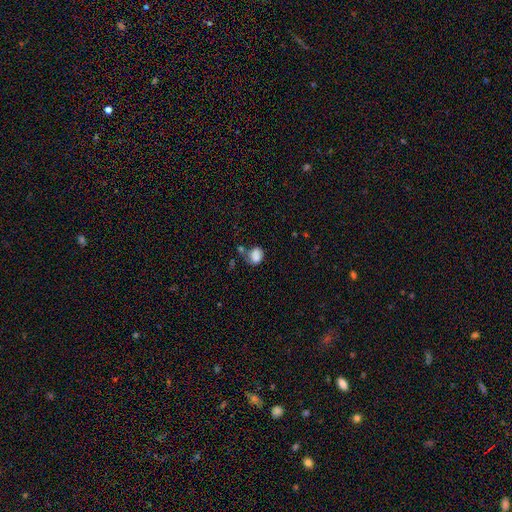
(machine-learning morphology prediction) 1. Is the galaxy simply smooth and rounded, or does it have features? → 81% smooth, 10% star or artifact, 9% featured or disk.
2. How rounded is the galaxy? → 51% in between, 48% round, 1% cigar-shaped.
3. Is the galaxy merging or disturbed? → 45% none, 23% minor disturbance, 19% merger, 13% major disturbance.